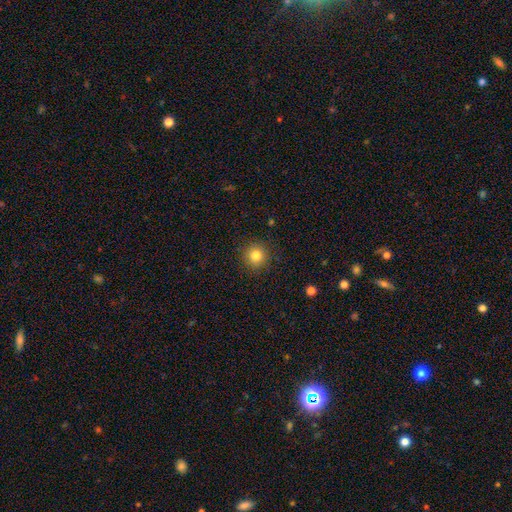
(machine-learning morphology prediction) A smooth galaxy with no disk features (83%) that is round (94%).

Vote fractions:
- Smooth or featured? smooth: 83% / star or artifact: 11% / featured or disk: 6%
- How rounded? round: 94% / in between: 5% / cigar-shaped: 1%
- Merging? none: 91% / minor disturbance: 6% / major disturbance: 2% / merger: 1%